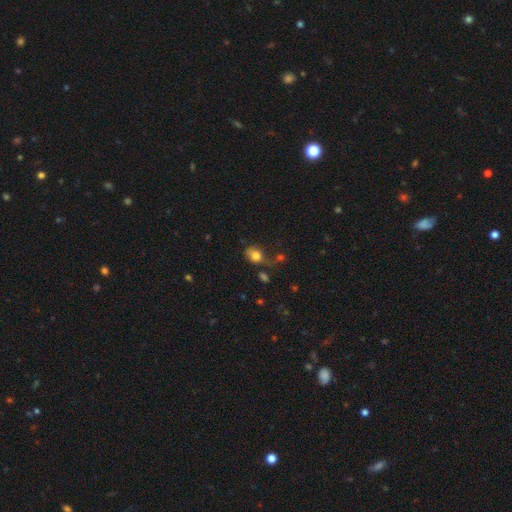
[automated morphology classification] A smooth galaxy with no disk features (76%) that is in between round and cigar-shaped (50%). Merging: none (38%).